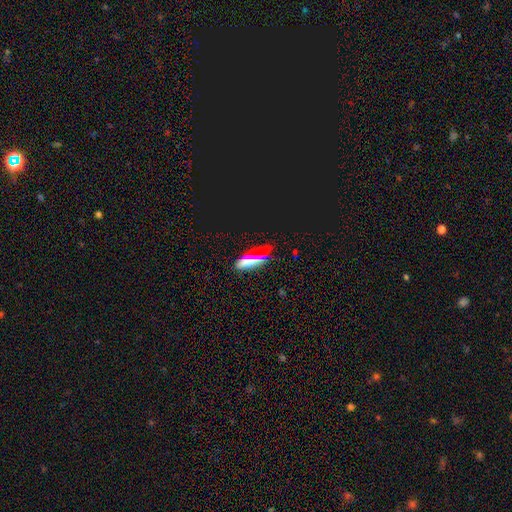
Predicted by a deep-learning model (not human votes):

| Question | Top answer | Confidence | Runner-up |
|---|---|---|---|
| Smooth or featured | smooth | 53% | star or artifact (36%) |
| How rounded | in between | 66% | cigar-shaped (23%) |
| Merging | none | 81% | minor disturbance (12%) |